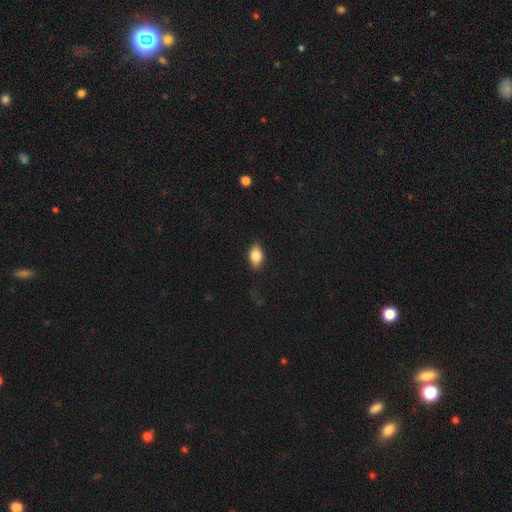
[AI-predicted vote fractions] This appears to be a smooth galaxy with no disk features (81%) that is in between round and cigar-shaped (86%). Merging: none (84%).